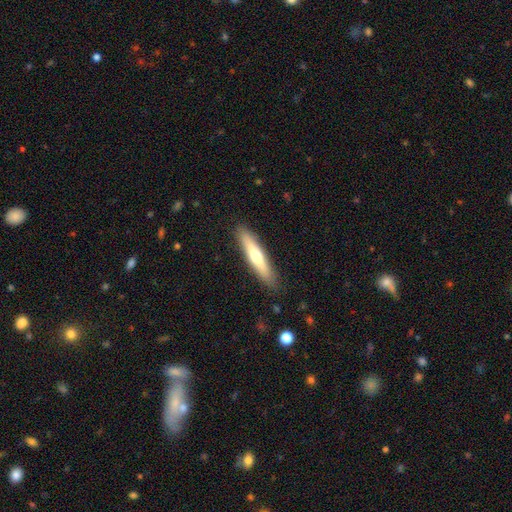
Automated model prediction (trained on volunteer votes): A smooth galaxy with no disk features (57%) that is cigar-shaped (87%).

Vote fractions:
- Smooth or featured? smooth: 57% / featured or disk: 38% / star or artifact: 5%
- How rounded? cigar-shaped: 87% / in between: 12% / round: 1%
- Merging? none: 88% / minor disturbance: 9% / major disturbance: 2% / merger: 1%